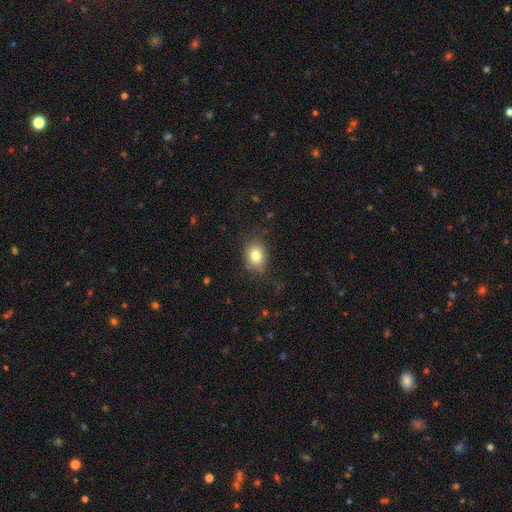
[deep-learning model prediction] This is clearly a smooth galaxy (80%). How rounded: possibly round (52%). Merging: likely none (72%).